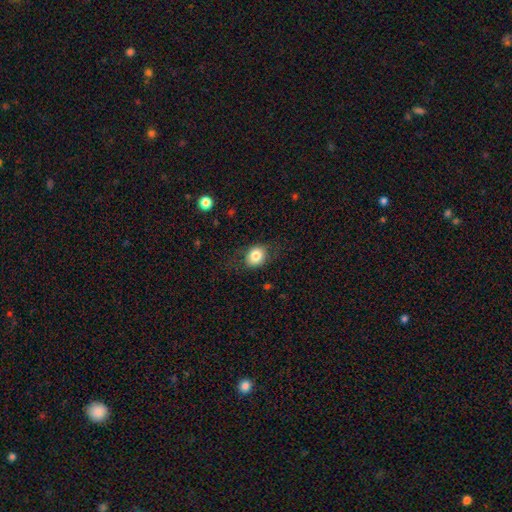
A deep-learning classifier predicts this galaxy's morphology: Smooth or featured: smooth — 80% (featured or disk — 11%)
How rounded: round — 54% (in between — 45%)
Merging: none — 76% (minor disturbance — 16%)